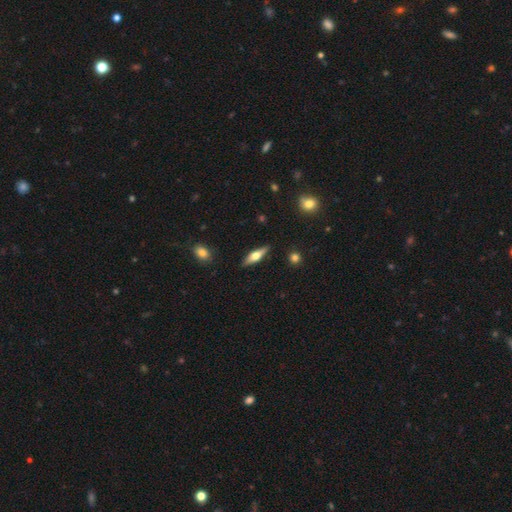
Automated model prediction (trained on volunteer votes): Smooth or featured? Predicted: featured or disk (p=0.50). Merging? Predicted: none (p=0.88).